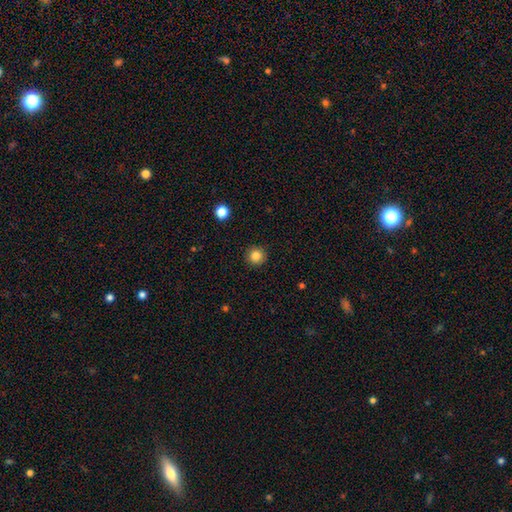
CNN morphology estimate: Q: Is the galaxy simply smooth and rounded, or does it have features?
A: smooth — 84%.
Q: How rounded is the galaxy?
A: round — 95%.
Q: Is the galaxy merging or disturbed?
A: none — 92%.